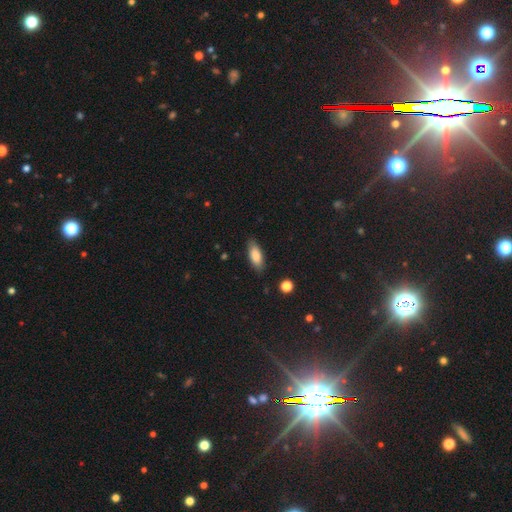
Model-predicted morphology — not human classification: A smooth galaxy with no disk features (82%) that is in between round and cigar-shaped (76%). Merging: none (84%).